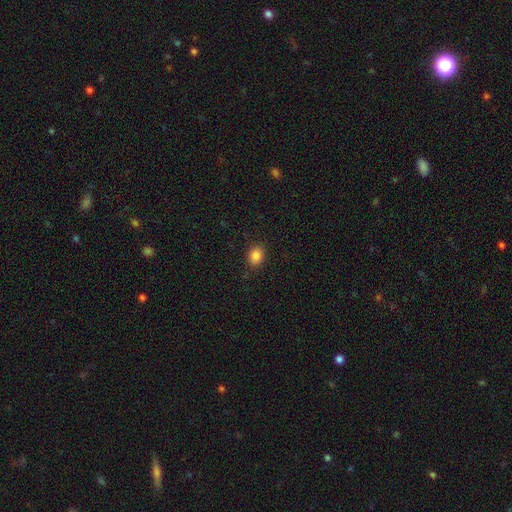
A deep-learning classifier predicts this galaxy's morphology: Q: Smooth or featured?
A: smooth (86%); runner-up: star or artifact (10%)
Q: How rounded?
A: in between (56%); runner-up: round (43%)
Q: Merging?
A: none (86%); runner-up: minor disturbance (10%)